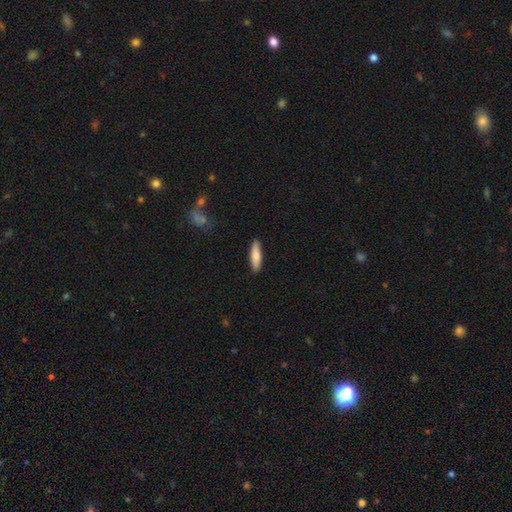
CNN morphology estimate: Smooth or featured?
  - smooth: 81% *
  - featured or disk: 14%
  - star or artifact: 5%
How rounded?
  - cigar-shaped: 69% *
  - in between: 30%
  - round: 2%
Merging?
  - none: 89% *
  - minor disturbance: 8%
  - major disturbance: 2%
  - merger: 1%